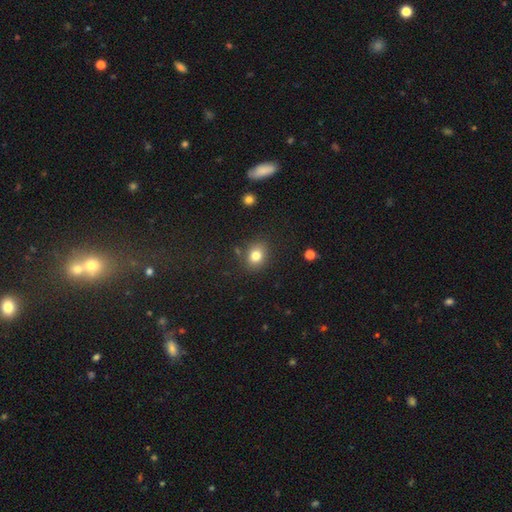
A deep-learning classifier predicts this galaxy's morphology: This appears to be a smooth galaxy with no disk features (80%) that is round (52%). Merging: none (82%).